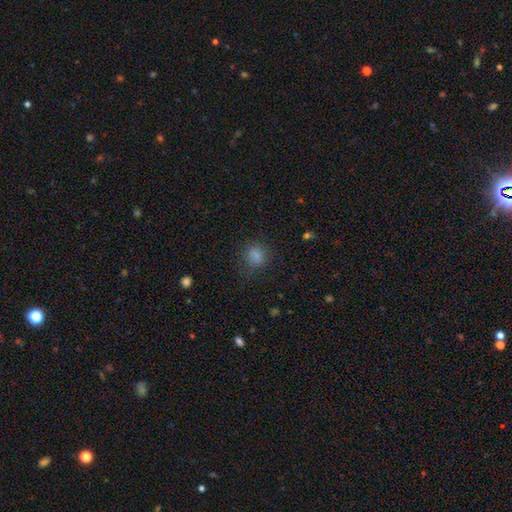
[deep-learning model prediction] A smooth galaxy with no disk features (82%) that is round (76%).

Vote fractions:
- Smooth or featured? smooth: 82% / star or artifact: 13% / featured or disk: 5%
- How rounded? round: 76% / in between: 23% / cigar-shaped: 1%
- Merging? none: 77% / minor disturbance: 15% / major disturbance: 6% / merger: 1%